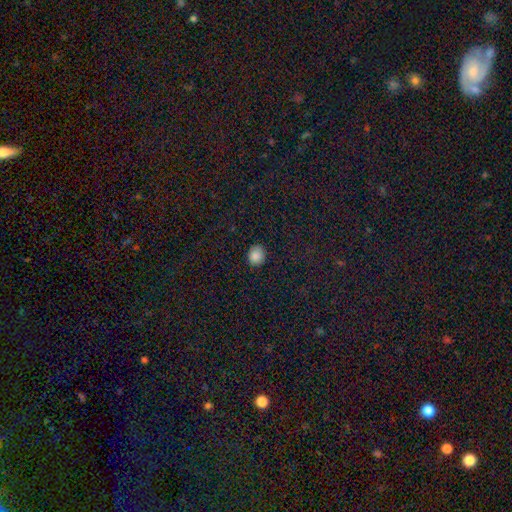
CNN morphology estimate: smooth-or-featured: smooth: 86% | star or artifact: 10% | featured or disk: 4%
  how-rounded: round: 67% | in between: 32% | cigar-shaped: 1%
  merging: none: 87% | minor disturbance: 10% | major disturbance: 2% | merger: 1%